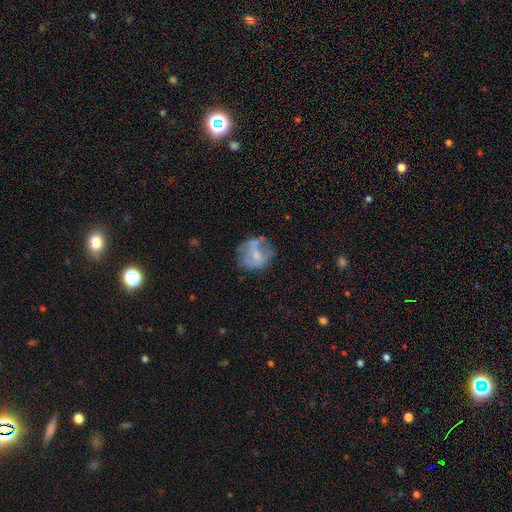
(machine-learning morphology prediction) This is possibly a featured or disk galaxy (50%). Merging: possibly none (54%).